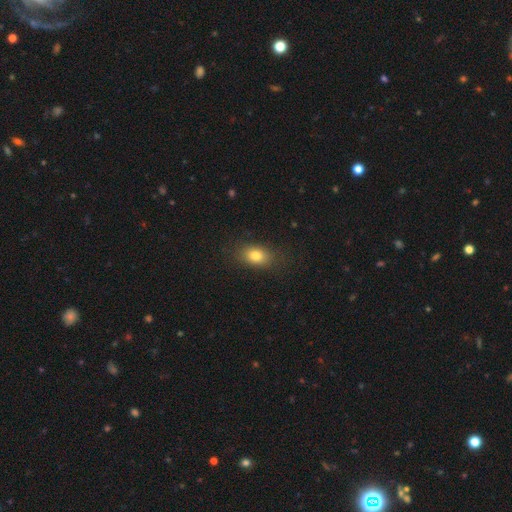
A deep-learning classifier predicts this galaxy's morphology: Q: Smooth or featured?
A: smooth (81%); runner-up: star or artifact (10%)
Q: How rounded?
A: in between (77%); runner-up: round (21%)
Q: Merging?
A: none (84%); runner-up: minor disturbance (11%)